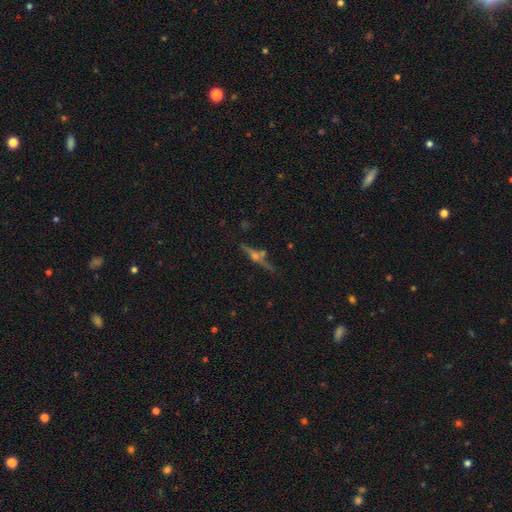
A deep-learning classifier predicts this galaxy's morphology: Overall: featured or disk (78%). Edge-on disk: yes (96%). Edge-on bulge: rounded (92%). Merging: none (76%).